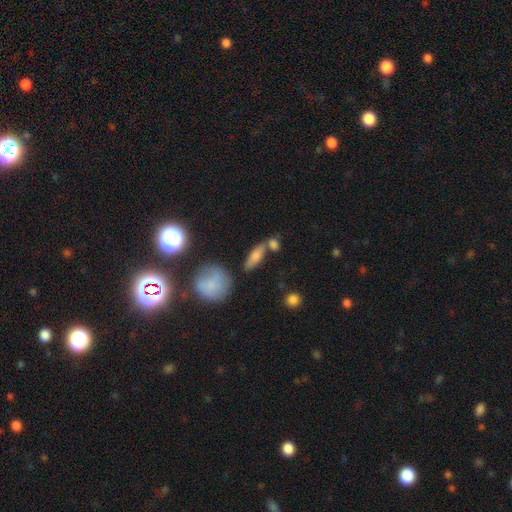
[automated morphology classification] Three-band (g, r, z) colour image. It shows a smooth galaxy with no disk features (69%) that is cigar-shaped (48%). Merging: none (64%).